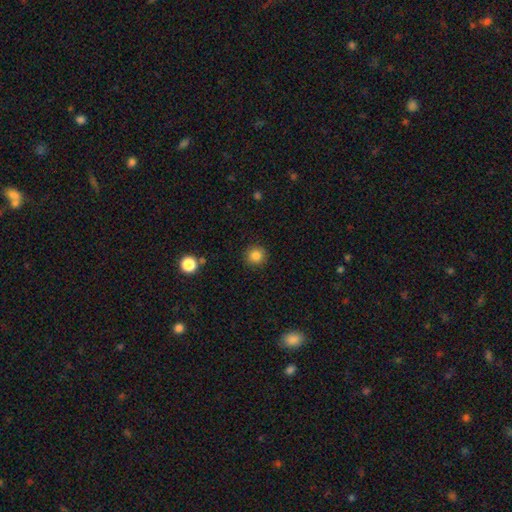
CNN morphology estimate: Smooth or featured: smooth — 83% (star or artifact — 11%)
How rounded: round — 94% (in between — 5%)
Merging: none — 91% (minor disturbance — 6%)